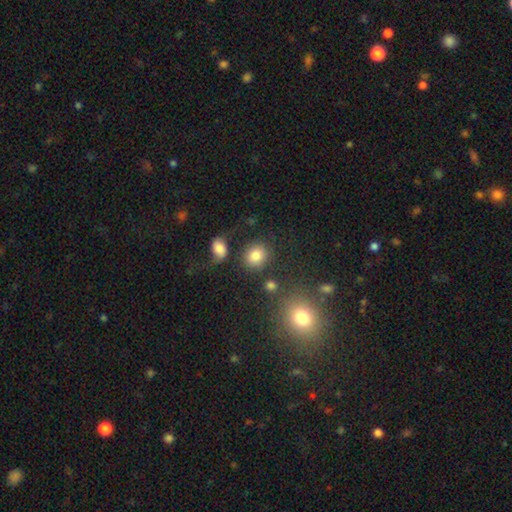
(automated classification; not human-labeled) Morphology: type=smooth (82%); roundness=round (76%); merging=none (75%).